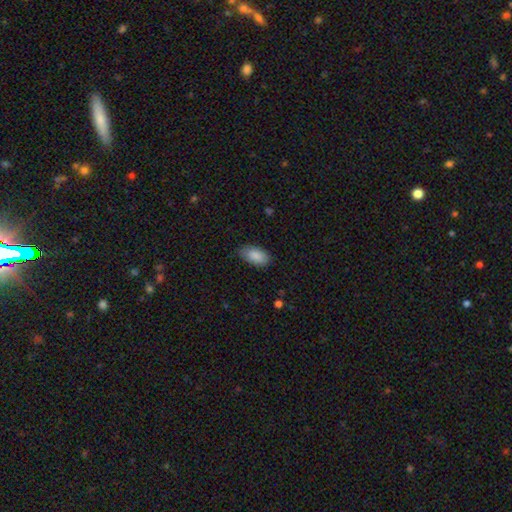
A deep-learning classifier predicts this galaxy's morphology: A smooth galaxy with no disk features (89%) that is in between round and cigar-shaped (94%).

Vote fractions:
- Smooth or featured? smooth: 89% / star or artifact: 6% / featured or disk: 5%
- How rounded? in between: 94% / cigar-shaped: 3% / round: 3%
- Merging? none: 79% / minor disturbance: 17% / major disturbance: 3% / merger: 1%